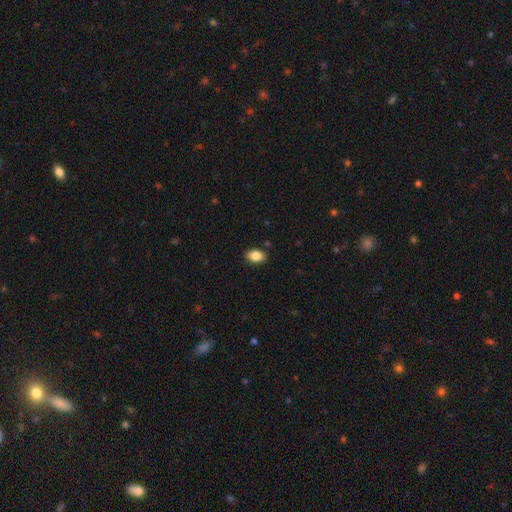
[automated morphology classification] This appears to be a smooth galaxy with no disk features (86%) that is in between round and cigar-shaped (81%). Merging: none (87%).